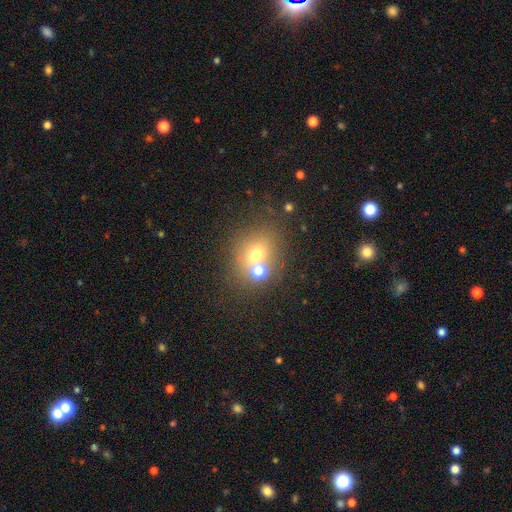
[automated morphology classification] This appears to be a smooth galaxy with no disk features (64%) that is round (69%). Merging: none (52%).